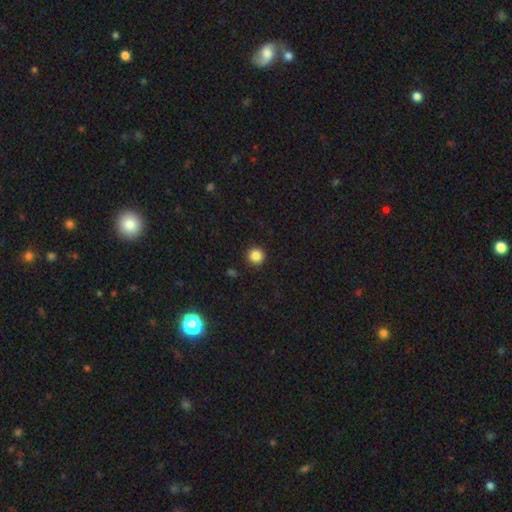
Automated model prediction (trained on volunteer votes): smooth-or-featured: smooth: 85% | star or artifact: 11% | featured or disk: 4%
  how-rounded: round: 95% | in between: 4% | cigar-shaped: 1%
  merging: none: 92% | minor disturbance: 5% | major disturbance: 2% | merger: 1%